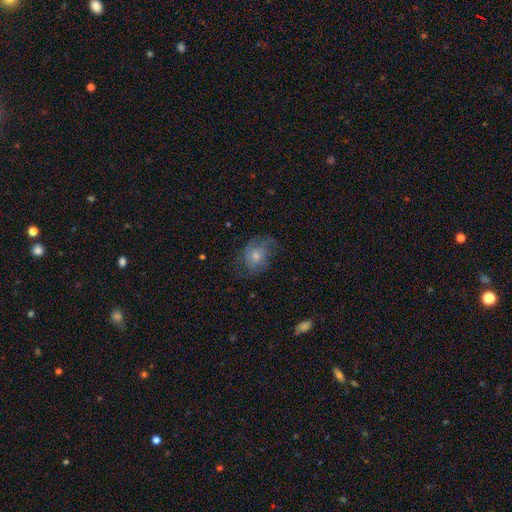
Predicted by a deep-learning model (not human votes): smooth_or_featured: smooth (p=0.53) [alt: featured or disk p=0.38]
how_rounded: in between (p=0.61) [alt: round p=0.38]
merging: none (p=0.50) [alt: minor disturbance p=0.27]